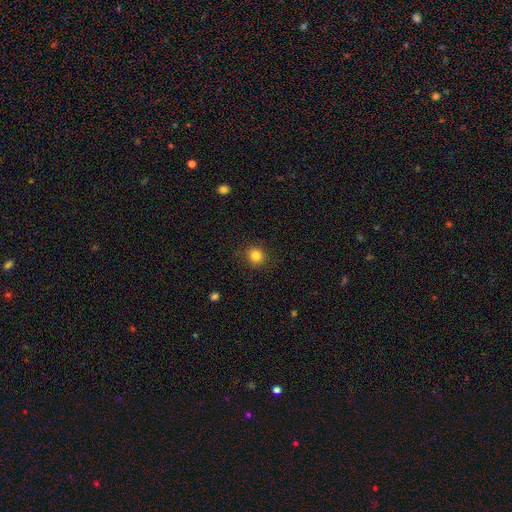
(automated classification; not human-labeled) Smooth or featured: smooth — 83% (star or artifact — 11%)
How rounded: round — 90% (in between — 9%)
Merging: none — 89% (minor disturbance — 7%)